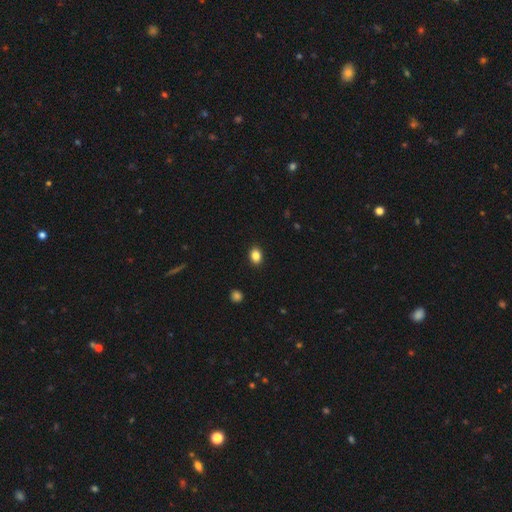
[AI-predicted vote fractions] The model was most divided on "how rounded": in between: 62%, round: 37%, cigar-shaped: 1%. More confident: merging — none (91%); smooth or featured — smooth (85%).